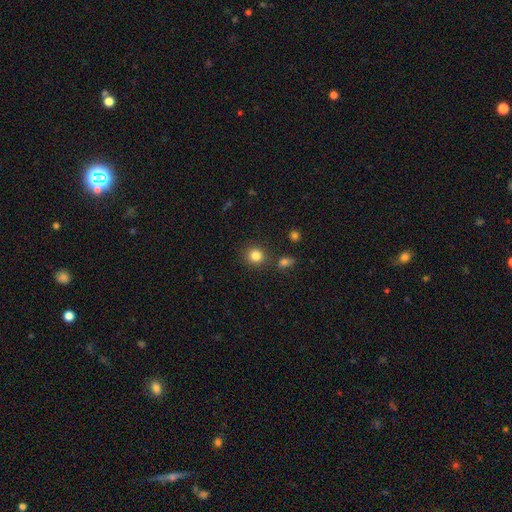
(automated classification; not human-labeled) A smooth galaxy with no disk features (83%) that is round (87%).

Vote fractions:
- Smooth or featured? smooth: 83% / star or artifact: 12% / featured or disk: 5%
- How rounded? round: 87% / in between: 13% / cigar-shaped: 1%
- Merging? none: 83% / minor disturbance: 8% / merger: 6% / major disturbance: 3%